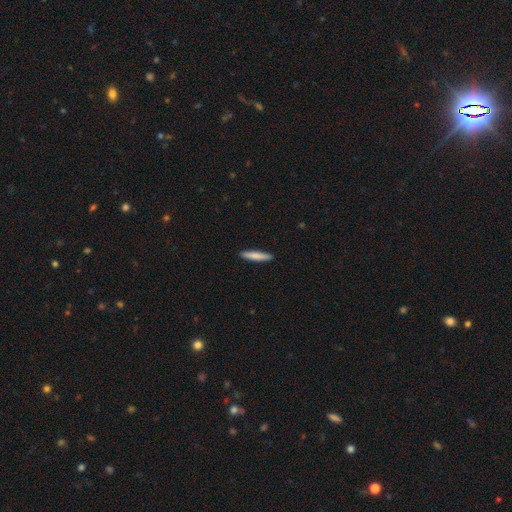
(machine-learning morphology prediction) The model was most divided on "smooth or featured": smooth: 80%, featured or disk: 15%, star or artifact: 5%. More confident: merging — none (92%); how rounded — cigar-shaped (91%).